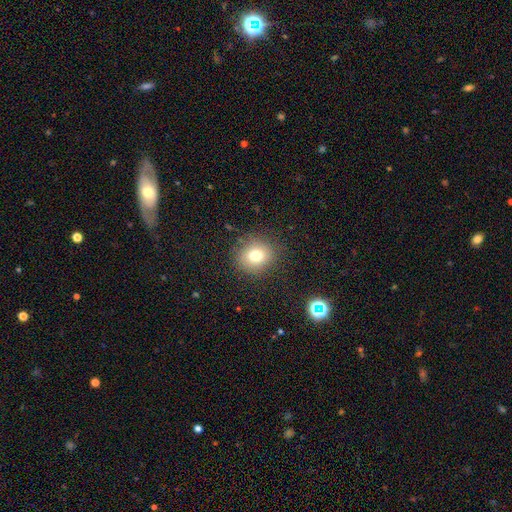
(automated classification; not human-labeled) This is likely a smooth galaxy (76%). How rounded: clearly round (81%). Merging: clearly none (86%).